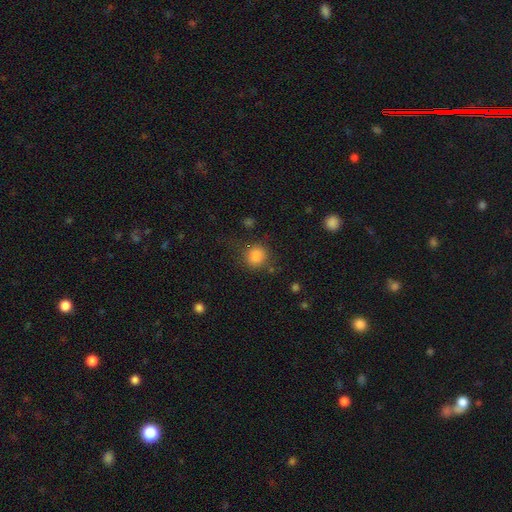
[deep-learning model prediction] This appears to be a smooth galaxy with no disk features (84%) that is round (84%). Merging: none (72%).